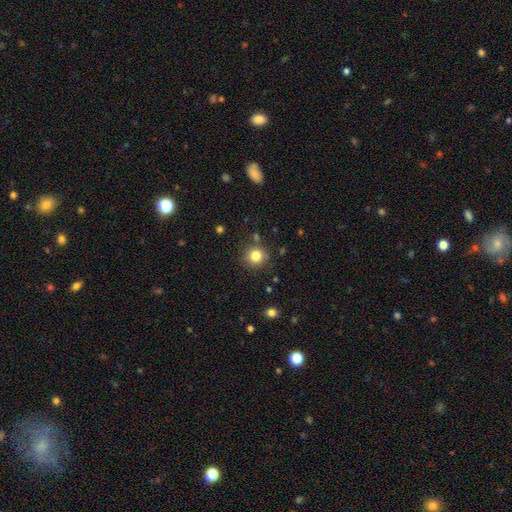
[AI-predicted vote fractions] Smooth or featured: smooth — 81% (star or artifact — 12%)
How rounded: round — 90% (in between — 9%)
Merging: none — 83% (minor disturbance — 10%)